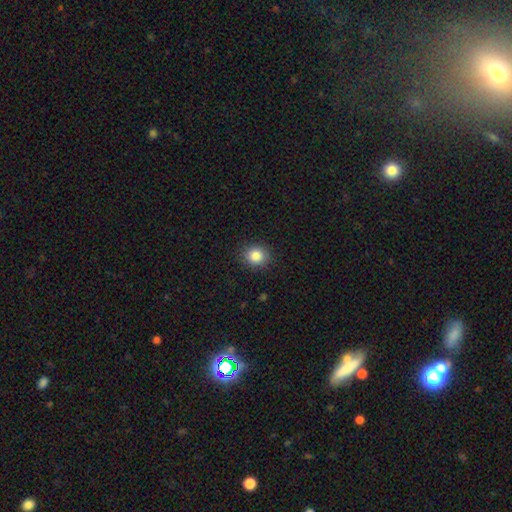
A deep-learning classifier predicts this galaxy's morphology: Smooth or featured: smooth — 85% (star or artifact — 10%)
How rounded: round — 79% (in between — 20%)
Merging: none — 89% (minor disturbance — 8%)